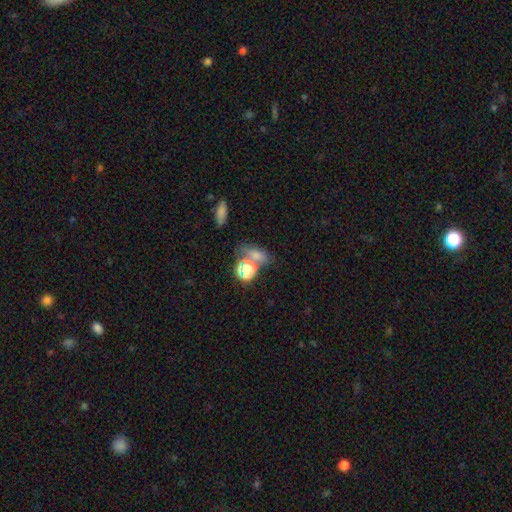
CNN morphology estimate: The model was most divided on "how rounded": in between: 52%, round: 38%, cigar-shaped: 10%. More confident: merging — none (59%); smooth or featured — smooth (53%).